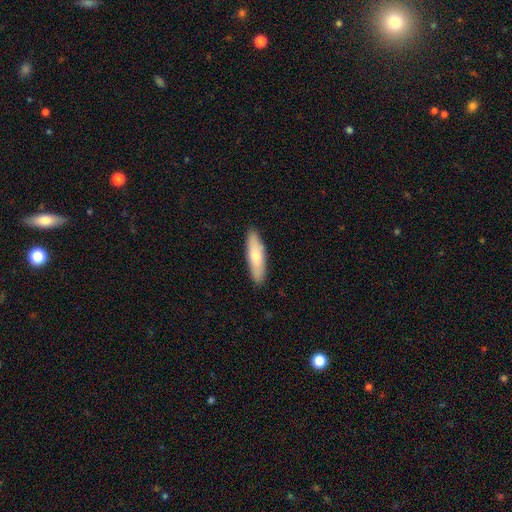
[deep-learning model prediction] Smooth or featured?
  - smooth: 71% *
  - featured or disk: 24%
  - star or artifact: 5%
How rounded?
  - cigar-shaped: 66% *
  - in between: 32%
  - round: 2%
Merging?
  - none: 89% *
  - minor disturbance: 8%
  - major disturbance: 2%
  - merger: 1%